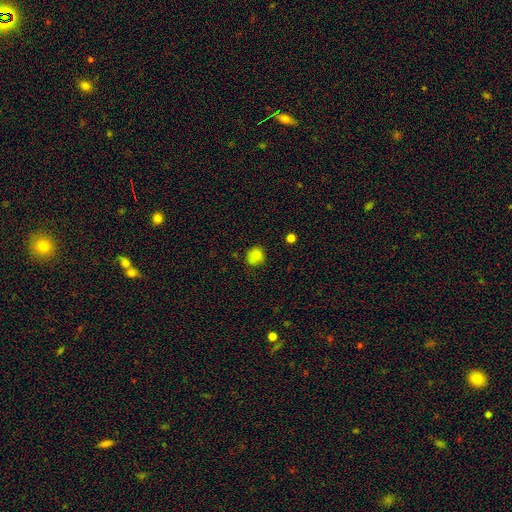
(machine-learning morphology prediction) type=smooth (84%); roundness=round (71%); merging=none (74%).